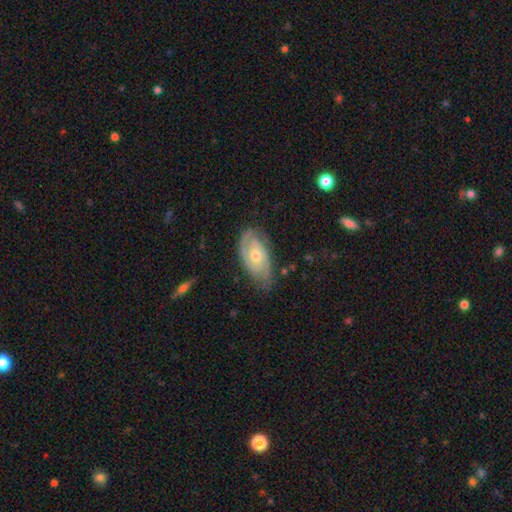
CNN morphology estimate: type=featured or disk (78%); edge-on=no (94%); bar=no (69%); spiral arms=yes (92%); winding=tight (55%); arm count=2 (61%); bulge=moderate (61%); merging=none (69%).